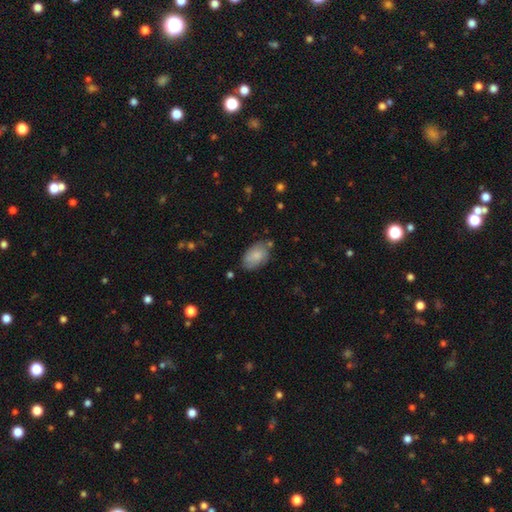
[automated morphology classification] smooth_or_featured: smooth (p=0.78) [alt: featured or disk p=0.15]
how_rounded: in between (p=0.91) [alt: round p=0.07]
merging: none (p=0.68) [alt: minor disturbance p=0.22]